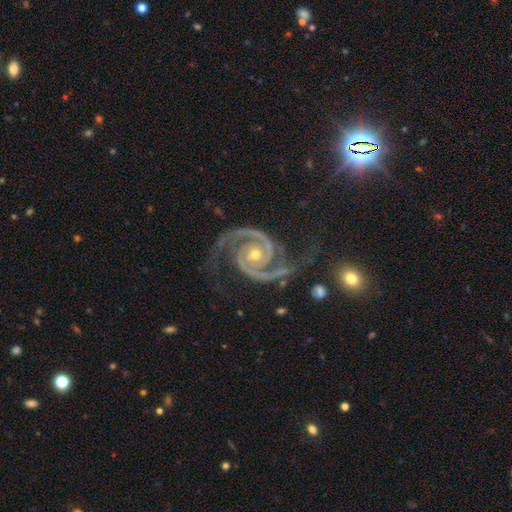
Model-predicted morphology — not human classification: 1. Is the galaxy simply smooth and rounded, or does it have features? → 94% featured or disk, 4% star or artifact, 2% smooth.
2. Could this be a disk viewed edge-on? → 98% no, 2% yes.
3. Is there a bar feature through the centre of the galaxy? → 70% no, 19% weak, 11% strong.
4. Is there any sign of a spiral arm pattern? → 99% yes, 1% no.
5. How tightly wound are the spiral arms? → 50% tight, 44% medium, 6% loose.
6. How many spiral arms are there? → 93% 2, 2% 3, 1% can't tell, 1% 1, 1% 4, 1% more than 4.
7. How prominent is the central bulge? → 51% moderate, 46% small, 2% large, 1% none, 1% dominant.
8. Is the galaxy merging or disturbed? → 74% none, 17% minor disturbance, 7% major disturbance, 2% merger.